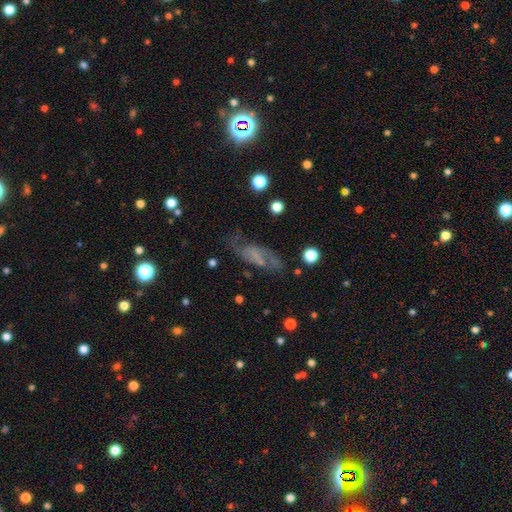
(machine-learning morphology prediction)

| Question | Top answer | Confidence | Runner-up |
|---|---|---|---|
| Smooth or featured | featured or disk | 61% | smooth (28%) |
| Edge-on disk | no | 88% | yes (12%) |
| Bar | weak | 40% | no (37%) |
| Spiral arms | yes | 78% | no (22%) |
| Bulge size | none | 58% | small (23%) |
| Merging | none | 60% | minor disturbance (21%) |